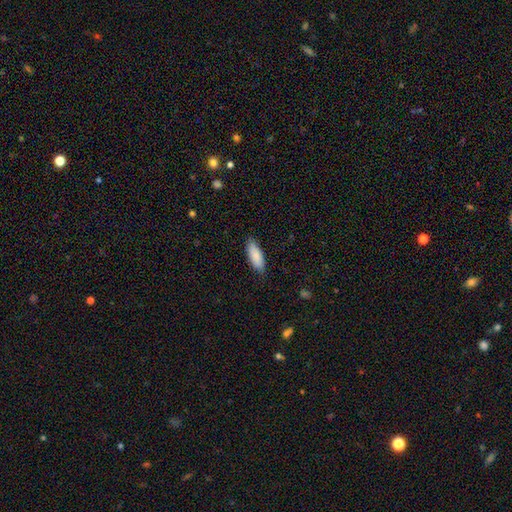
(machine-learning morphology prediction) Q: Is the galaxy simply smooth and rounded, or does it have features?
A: smooth — 88%.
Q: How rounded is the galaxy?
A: in between — 69%.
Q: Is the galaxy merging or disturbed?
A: none — 82%.